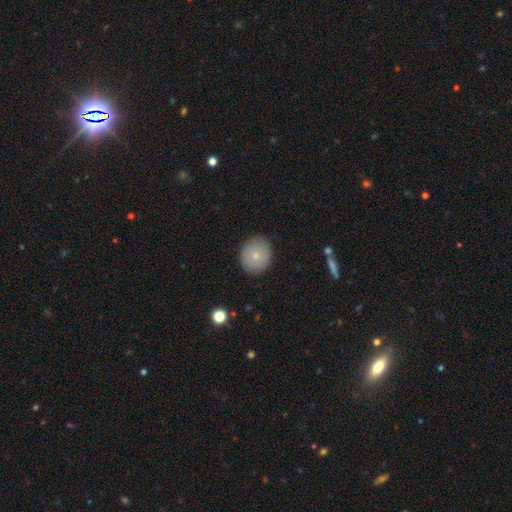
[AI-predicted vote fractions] A smooth galaxy with no disk features (76%) that is round (84%). Merging: none (87%).